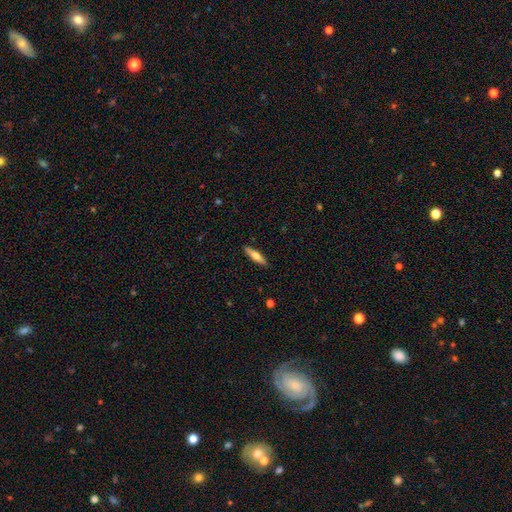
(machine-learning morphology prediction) The model was most divided on "smooth or featured": smooth: 53%, featured or disk: 41%, star or artifact: 6%. More confident: merging — none (90%); how rounded — cigar-shaped (76%).